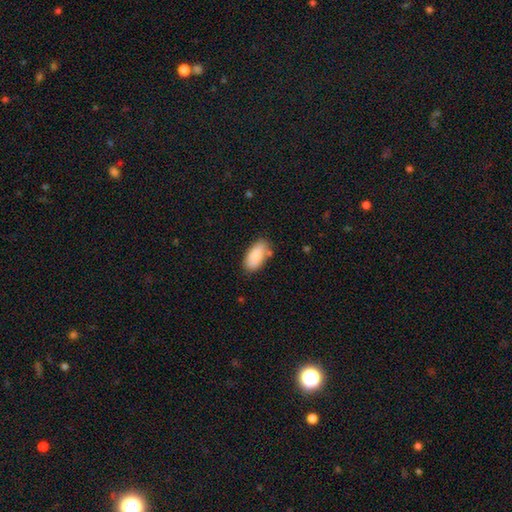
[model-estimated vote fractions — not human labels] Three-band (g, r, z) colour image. It shows a smooth galaxy with no disk features (86%) that is in between round and cigar-shaped (93%). Merging: none (75%).